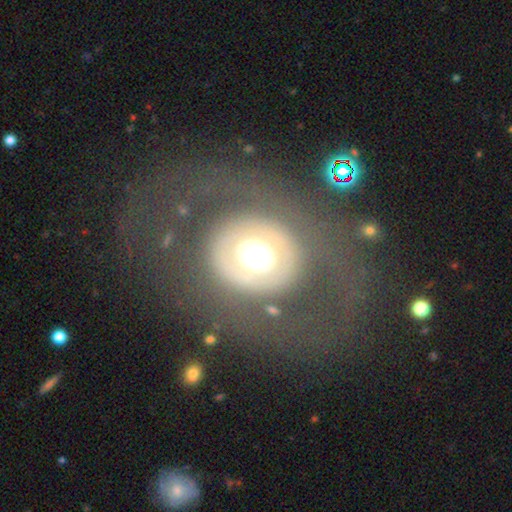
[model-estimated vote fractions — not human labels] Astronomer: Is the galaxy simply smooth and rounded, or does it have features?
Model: featured or disk — 49% (runner-up: smooth, 41%).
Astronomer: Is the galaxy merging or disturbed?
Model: none — 70%.